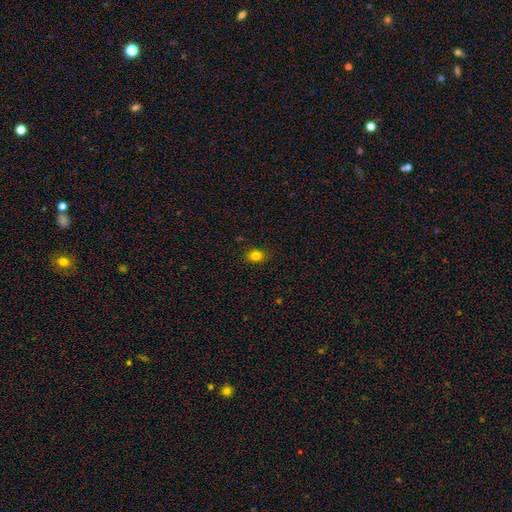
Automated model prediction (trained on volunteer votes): Morphology: type=smooth (81%); roundness=in between (50%); merging=none (86%).